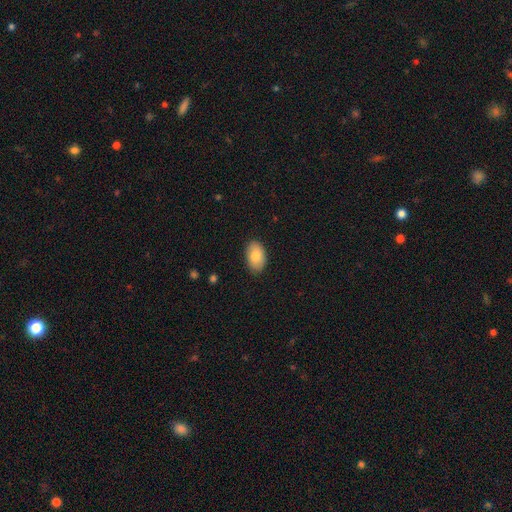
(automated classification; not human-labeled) Smooth or featured? smooth (82%)
How rounded? in between (92%)
Merging? none (87%)